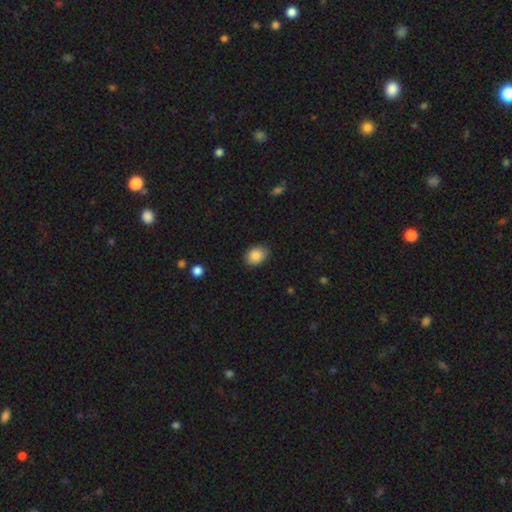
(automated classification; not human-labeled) smooth_or_featured: smooth (p=0.86) [alt: star or artifact p=0.08]
how_rounded: in between (p=0.69) [alt: round p=0.30]
merging: none (p=0.81) [alt: minor disturbance p=0.15]